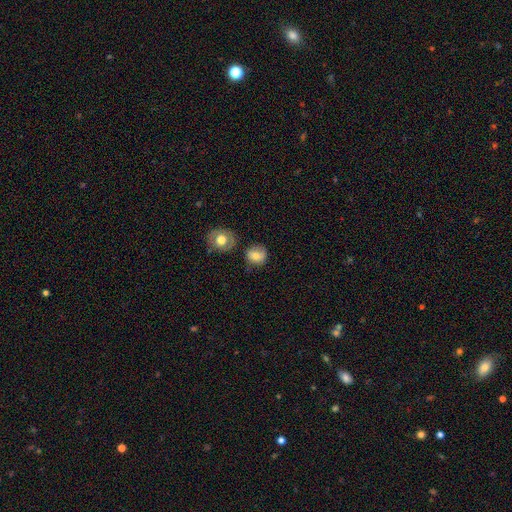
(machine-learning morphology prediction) Overall: smooth (70%). How rounded: round (78%). Merging: none (68%).